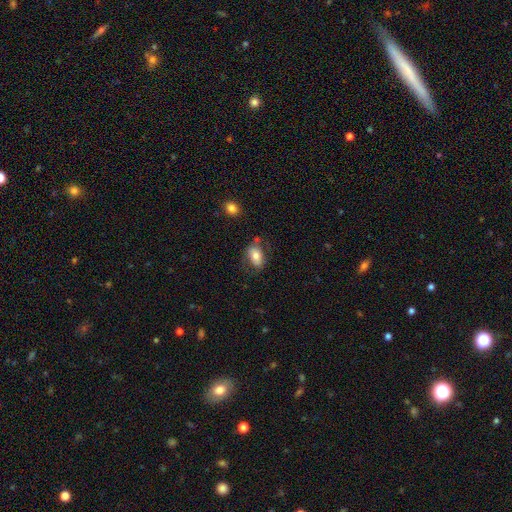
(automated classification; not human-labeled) This is likely a smooth galaxy (73%). How rounded: clearly in between (88%). Merging: likely none (63%).